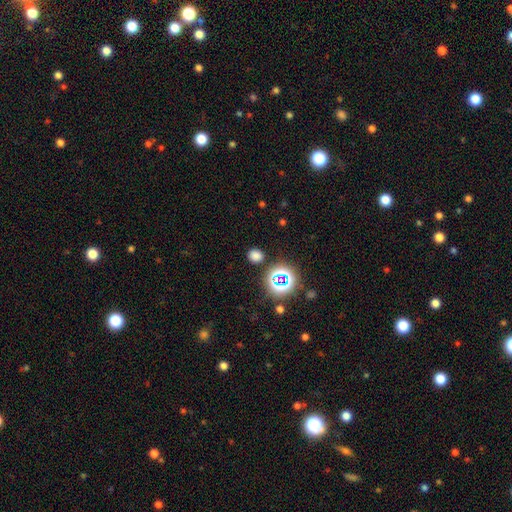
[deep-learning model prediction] smooth_or_featured: smooth (p=0.68) [alt: star or artifact p=0.26]
how_rounded: round (p=0.80) [alt: in between p=0.19]
merging: none (p=0.86) [alt: minor disturbance p=0.08]